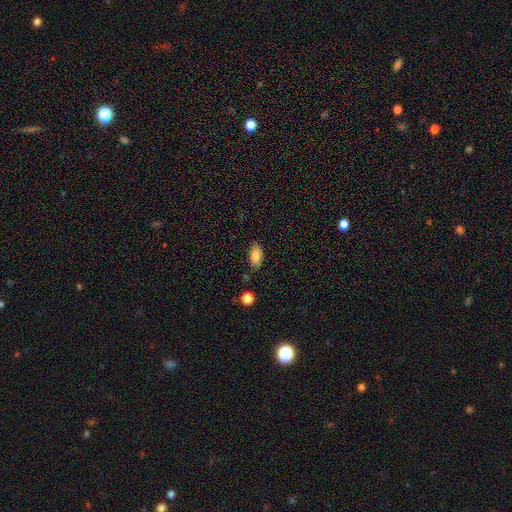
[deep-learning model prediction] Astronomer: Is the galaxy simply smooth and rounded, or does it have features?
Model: smooth — 84%.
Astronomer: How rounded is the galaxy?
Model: in between — 92%.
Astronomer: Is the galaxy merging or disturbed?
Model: none — 78%.